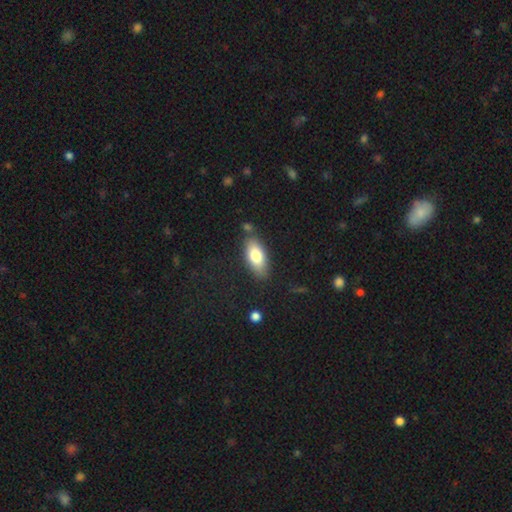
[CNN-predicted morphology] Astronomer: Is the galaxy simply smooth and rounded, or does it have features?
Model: smooth — 75%.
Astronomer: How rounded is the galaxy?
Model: in between — 83%.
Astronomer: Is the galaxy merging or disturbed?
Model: none — 80%.